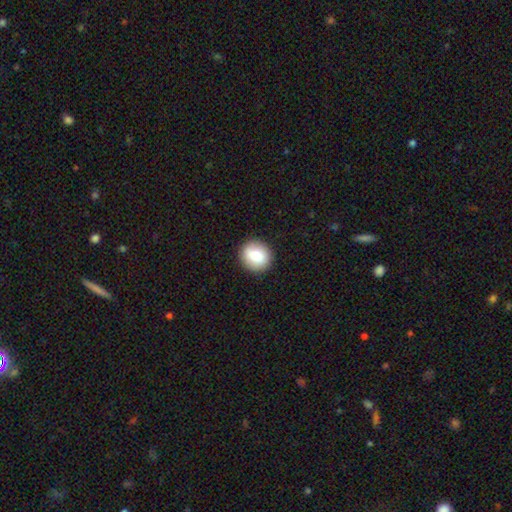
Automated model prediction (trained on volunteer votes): This is likely a smooth galaxy (78%). How rounded: clearly round (83%). Merging: clearly none (91%).